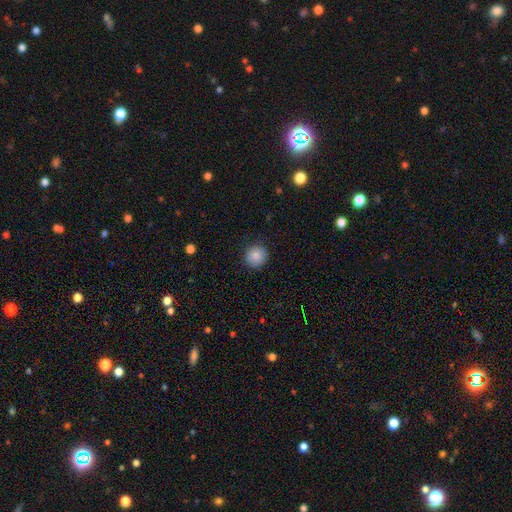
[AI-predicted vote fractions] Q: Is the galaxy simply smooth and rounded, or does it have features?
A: smooth — 87%.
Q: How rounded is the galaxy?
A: round — 93%.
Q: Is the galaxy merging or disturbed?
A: none — 89%.